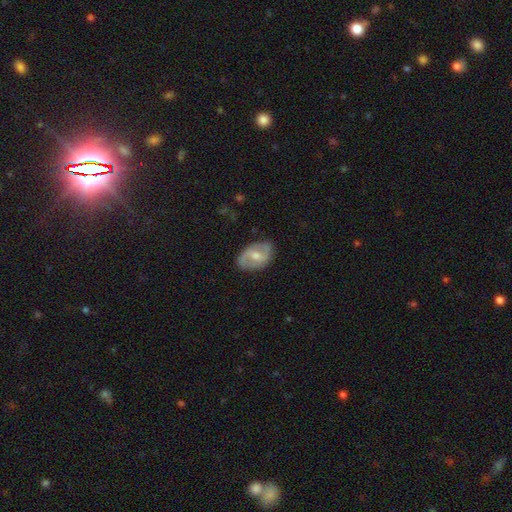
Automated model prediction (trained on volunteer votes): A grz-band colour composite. It shows a featured or disk galaxy (58%) with a weak bar (51%), spiral arms (72%) and a moderate central bulge (61%). Merging: none (78%).